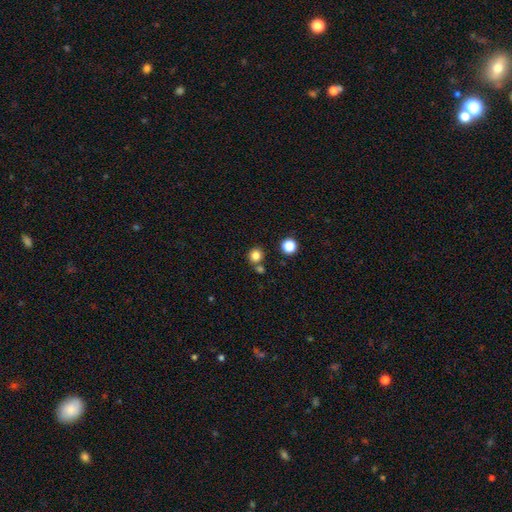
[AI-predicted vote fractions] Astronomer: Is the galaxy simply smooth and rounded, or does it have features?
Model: smooth — 81%.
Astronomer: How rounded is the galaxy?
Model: round — 90%.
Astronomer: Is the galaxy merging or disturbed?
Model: none — 74%.